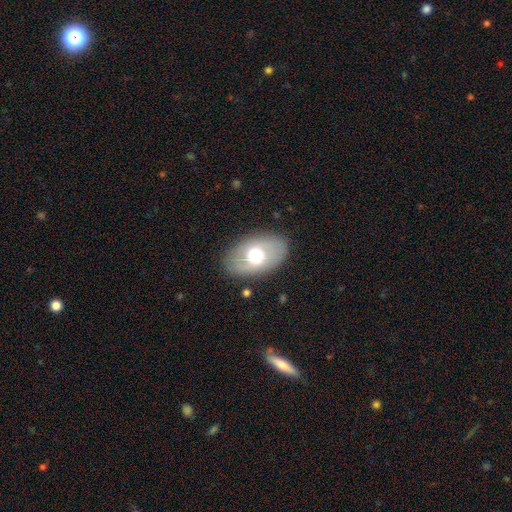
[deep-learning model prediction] smooth_or_featured: smooth (p=0.56) [alt: featured or disk p=0.37]
how_rounded: in between (p=0.89) [alt: round p=0.10]
merging: none (p=0.83) [alt: minor disturbance p=0.11]